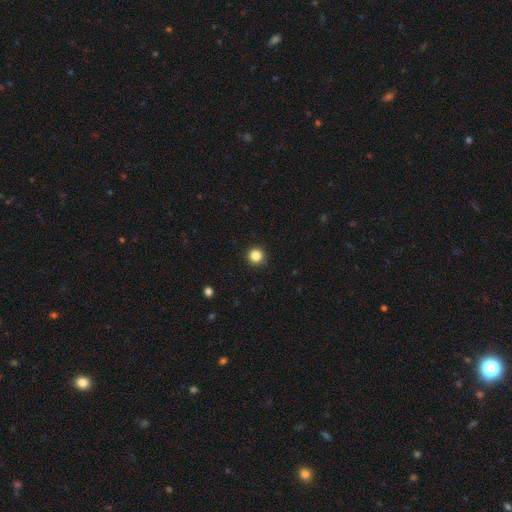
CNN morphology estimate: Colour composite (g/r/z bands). It shows a smooth galaxy with no disk features (85%) that is round (96%). Merging: none (93%).